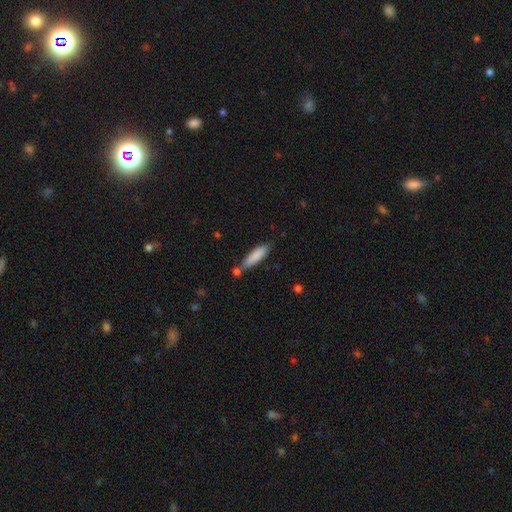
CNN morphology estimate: Smooth or featured? Predicted: smooth (p=0.83). How rounded? Predicted: cigar-shaped (p=0.69). Merging? Predicted: none (p=0.66).